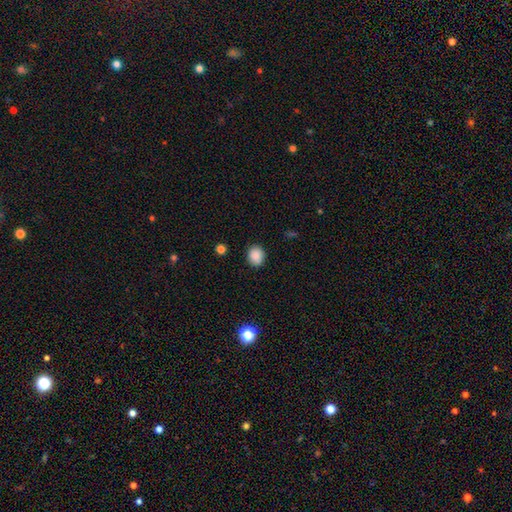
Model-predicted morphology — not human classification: This is clearly a smooth galaxy (88%). How rounded: likely round (62%). Merging: clearly none (88%).